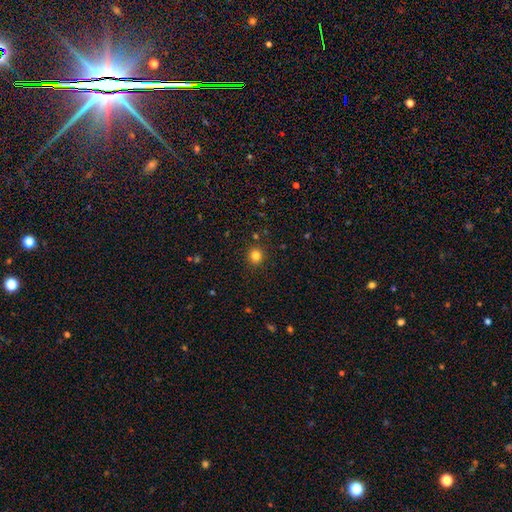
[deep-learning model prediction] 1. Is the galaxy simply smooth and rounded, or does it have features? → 81% smooth, 14% star or artifact, 5% featured or disk.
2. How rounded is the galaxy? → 91% round, 8% in between, 1% cigar-shaped.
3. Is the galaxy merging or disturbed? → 90% none, 6% minor disturbance, 2% major disturbance, 2% merger.